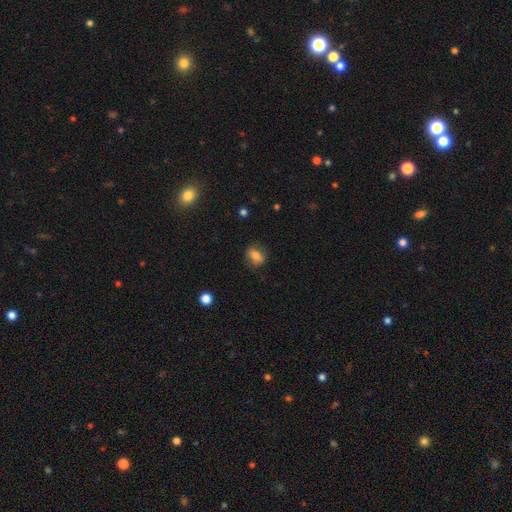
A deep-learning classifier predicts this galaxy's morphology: Smooth or featured: smooth — 77% (featured or disk — 14%)
How rounded: in between — 58% (round — 40%)
Merging: none — 79% (minor disturbance — 15%)